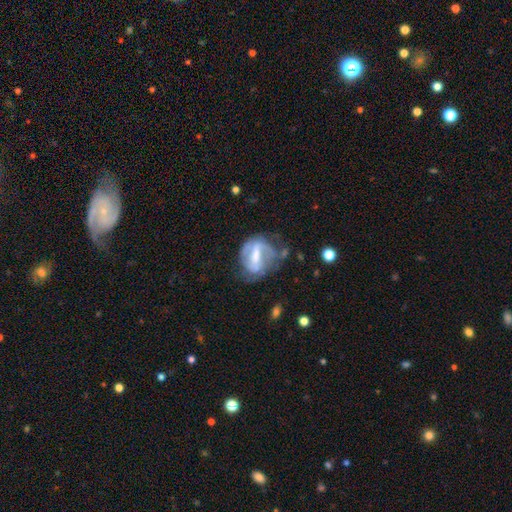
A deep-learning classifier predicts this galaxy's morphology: This is likely a featured or disk galaxy (67%). It is clearly not viewed edge-on (96%). Bar: possibly strong (48%). Spiral arm pattern: likely yes (62%). Central bulge: marginally moderate (41%). Merging: marginally none (35%).